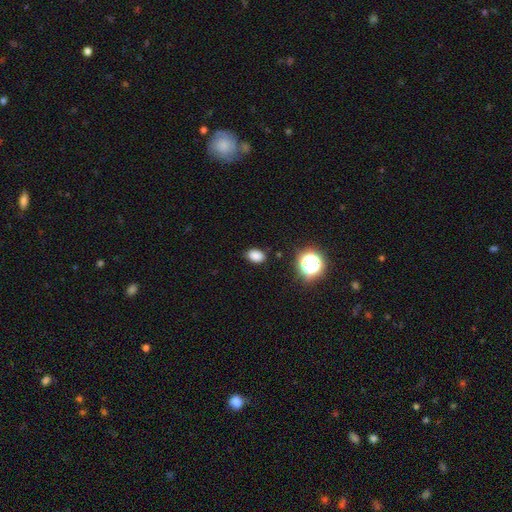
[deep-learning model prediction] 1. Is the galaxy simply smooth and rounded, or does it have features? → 82% smooth, 14% star or artifact, 4% featured or disk.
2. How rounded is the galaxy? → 78% in between, 21% round, 1% cigar-shaped.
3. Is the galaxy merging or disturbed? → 85% none, 11% minor disturbance, 3% major disturbance, 2% merger.